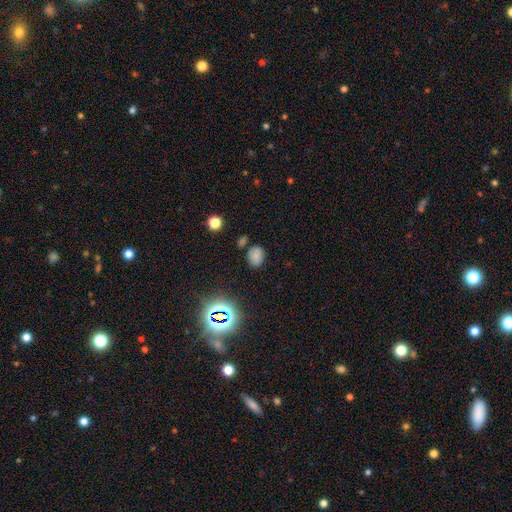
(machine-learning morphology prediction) smooth-or-featured: smooth: 71% | star or artifact: 21% | featured or disk: 9%
  how-rounded: in between: 52% | round: 47% | cigar-shaped: 1%
  merging: none: 75% | minor disturbance: 15% | merger: 7% | major disturbance: 4%